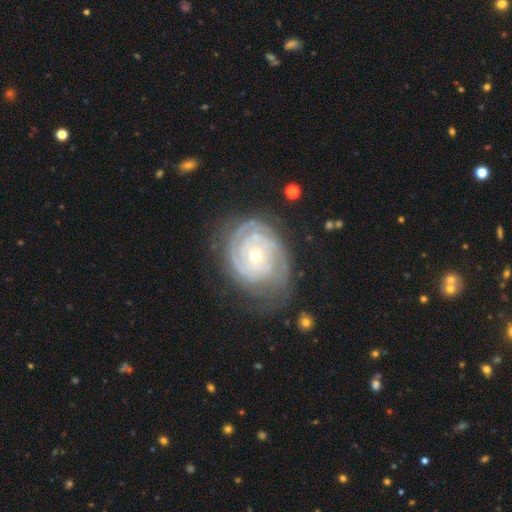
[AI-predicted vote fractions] Q: Smooth or featured?
A: featured or disk (87%); runner-up: smooth (8%)
Q: Edge-on disk?
A: no (97%); runner-up: yes (3%)
Q: Bar?
A: no (76%); runner-up: weak (18%)
Q: Spiral arms?
A: yes (96%); runner-up: no (4%)
Q: Spiral winding?
A: tight (79%); runner-up: medium (17%)
Q: Spiral arm count?
A: can't tell (29%); runner-up: 2 (28%)
Q: Bulge size?
A: small (63%); runner-up: moderate (34%)
Q: Merging?
A: none (63%); runner-up: minor disturbance (23%)